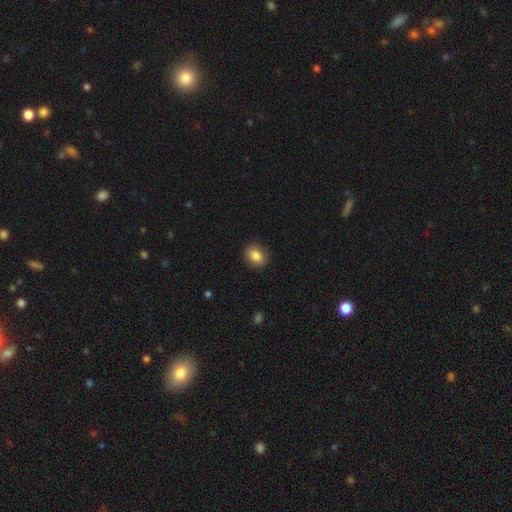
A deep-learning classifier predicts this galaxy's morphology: Smooth or featured: smooth — 86% (star or artifact — 8%)
How rounded: in between — 62% (round — 37%)
Merging: none — 88% (minor disturbance — 9%)